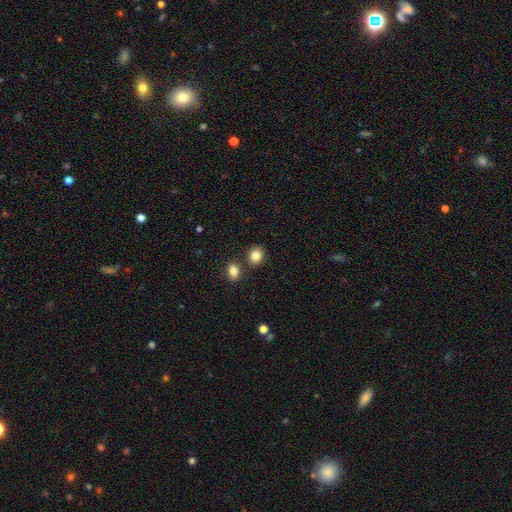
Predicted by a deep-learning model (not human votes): Smooth or featured?
  - smooth: 85% *
  - star or artifact: 10%
  - featured or disk: 6%
How rounded?
  - round: 66% *
  - in between: 33%
  - cigar-shaped: 1%
Merging?
  - none: 77% *
  - merger: 12%
  - minor disturbance: 9%
  - major disturbance: 2%